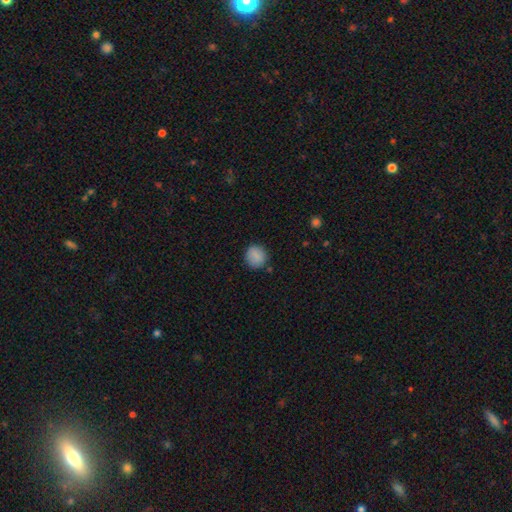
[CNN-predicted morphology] The model was most divided on "merging": none: 85%, minor disturbance: 11%, major disturbance: 3%, merger: 2%. More confident: how rounded — round (87%); smooth or featured — smooth (87%).